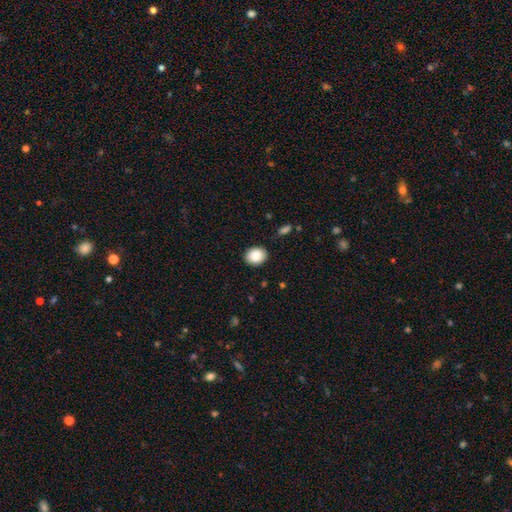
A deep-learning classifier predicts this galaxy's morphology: The model was most divided on "how rounded": round: 53%, in between: 46%, cigar-shaped: 1%. More confident: merging — none (89%); smooth or featured — smooth (87%).